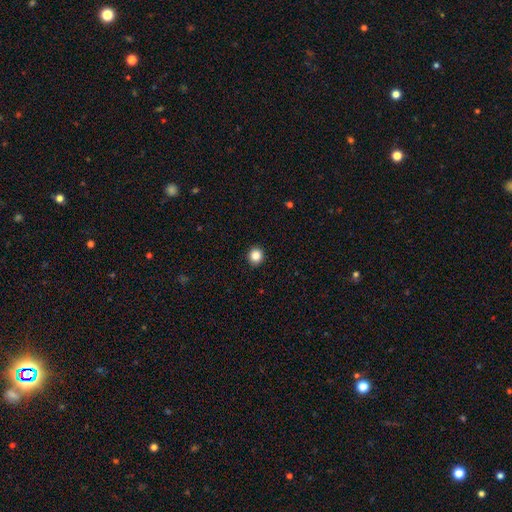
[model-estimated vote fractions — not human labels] A smooth galaxy with no disk features (86%) that is round (89%).

Vote fractions:
- Smooth or featured? smooth: 86% / star or artifact: 10% / featured or disk: 4%
- How rounded? round: 89% / in between: 10% / cigar-shaped: 1%
- Merging? none: 93% / minor disturbance: 5% / major disturbance: 2% / merger: 1%